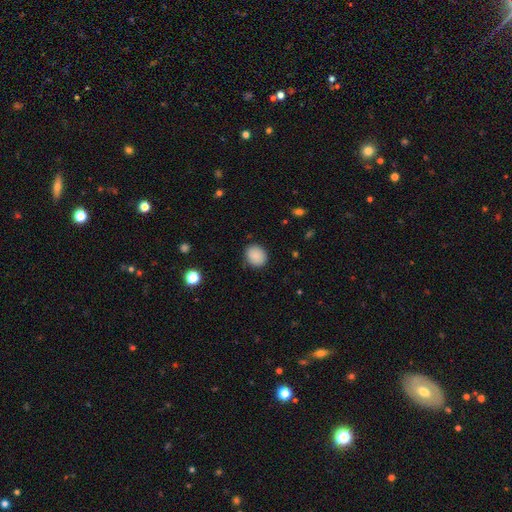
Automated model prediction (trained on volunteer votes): smooth_or_featured: smooth (p=0.86) [alt: star or artifact p=0.09]
how_rounded: round (p=0.66) [alt: in between p=0.33]
merging: none (p=0.85) [alt: minor disturbance p=0.11]